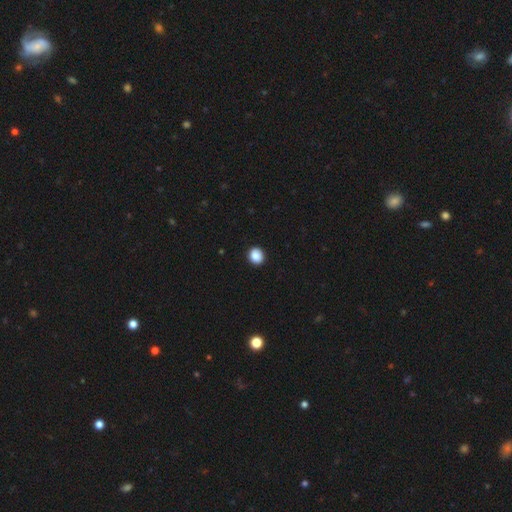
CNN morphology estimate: Smooth or featured?
  - smooth: 88% *
  - star or artifact: 9%
  - featured or disk: 3%
How rounded?
  - round: 79% *
  - in between: 20%
  - cigar-shaped: 1%
Merging?
  - none: 93% *
  - minor disturbance: 5%
  - major disturbance: 1%
  - merger: 1%